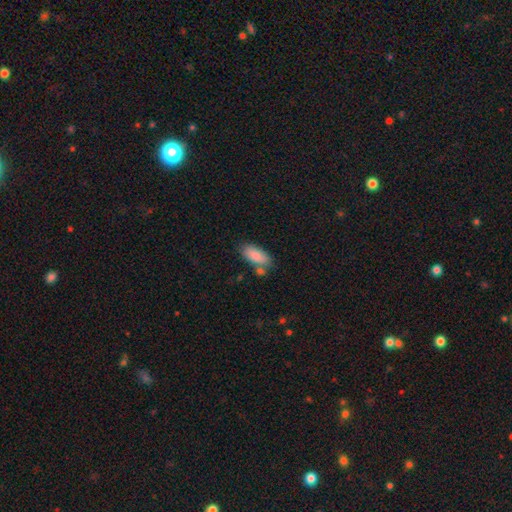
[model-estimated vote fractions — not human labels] Smooth or featured? Predicted: smooth (p=0.87). How rounded? Predicted: in between (p=0.87). Merging? Predicted: none (p=0.65).